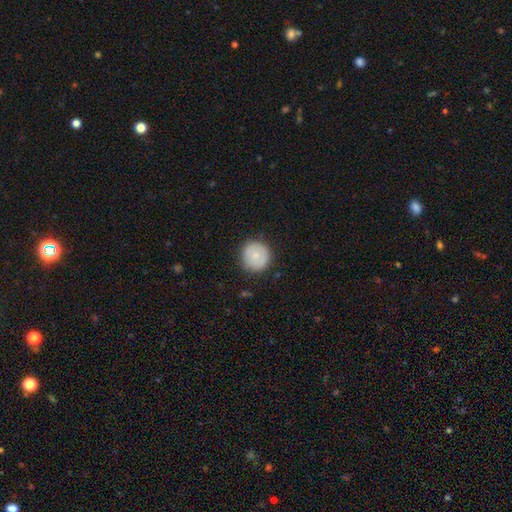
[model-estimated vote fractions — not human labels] A smooth galaxy with no disk features (80%) that is round (95%).

Vote fractions:
- Smooth or featured? smooth: 80% / featured or disk: 13% / star or artifact: 7%
- How rounded? round: 95% / in between: 4% / cigar-shaped: 1%
- Merging? none: 87% / minor disturbance: 9% / major disturbance: 2% / merger: 1%